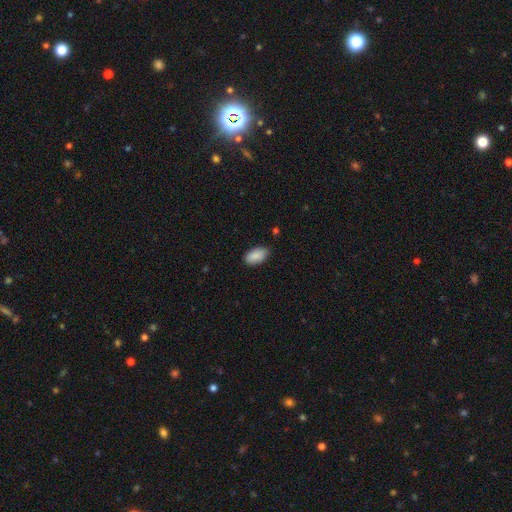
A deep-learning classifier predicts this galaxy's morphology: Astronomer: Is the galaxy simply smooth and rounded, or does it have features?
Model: smooth — 89%.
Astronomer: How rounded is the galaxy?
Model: in between — 94%.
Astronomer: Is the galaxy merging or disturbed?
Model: none — 80%.